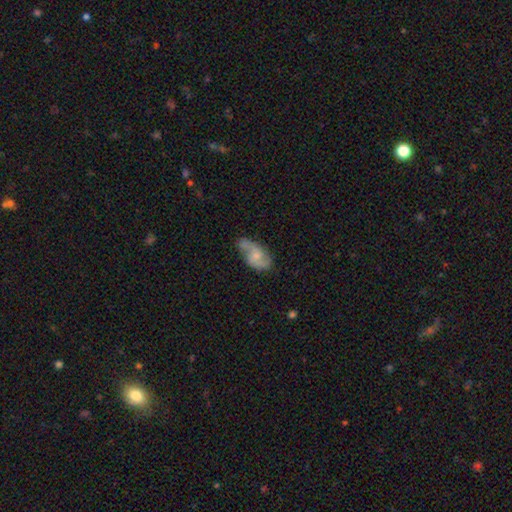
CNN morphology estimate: smooth_or_featured: featured or disk (p=0.64) [alt: smooth p=0.29]
disk_edge_on: no (p=0.96) [alt: yes p=0.04]
bar: no (p=0.65) [alt: weak p=0.30]
has_spiral_arms: yes (p=0.88) [alt: no p=0.12]
spiral_winding: loose (p=0.44) [alt: medium p=0.41]
spiral_arm_count: 2 (p=0.84) [alt: can't tell p=0.08]
bulge_size: small (p=0.56) [alt: moderate p=0.32]
merging: none (p=0.49) [alt: minor disturbance p=0.30]